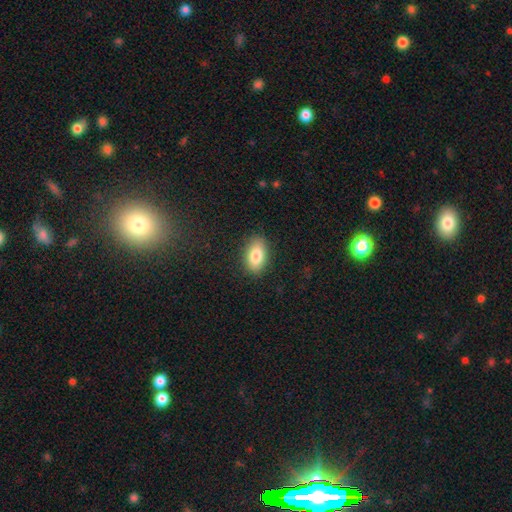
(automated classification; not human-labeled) A smooth galaxy with no disk features (83%) that is in between round and cigar-shaped (91%). Merging: none (87%).